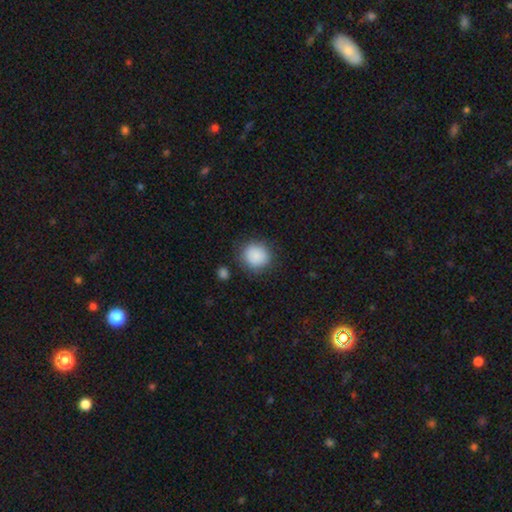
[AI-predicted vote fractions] A smooth galaxy with no disk features (88%) that is round (85%).

Vote fractions:
- Smooth or featured? smooth: 88% / star or artifact: 8% / featured or disk: 4%
- How rounded? round: 85% / in between: 14% / cigar-shaped: 1%
- Merging? none: 83% / minor disturbance: 11% / major disturbance: 4% / merger: 2%